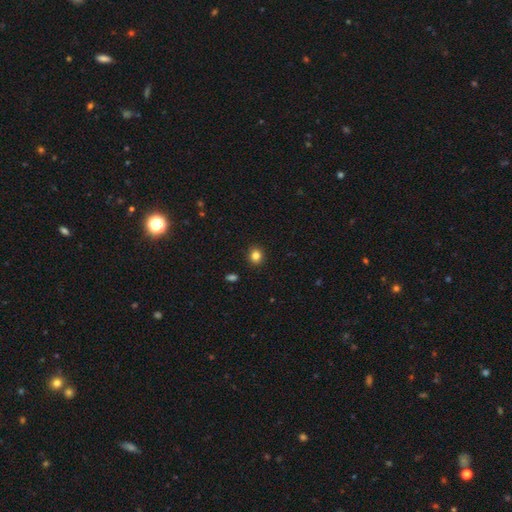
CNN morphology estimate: smooth 84%, star or artifact 11%, featured or disk 4%. Down the decision tree: how rounded — round (81%); merging — none (91%).